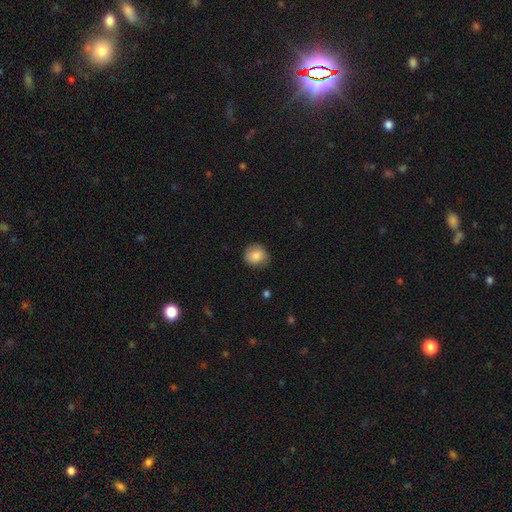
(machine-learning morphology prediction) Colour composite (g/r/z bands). It shows a smooth galaxy with no disk features (85%) that is round (85%). Merging: none (80%).